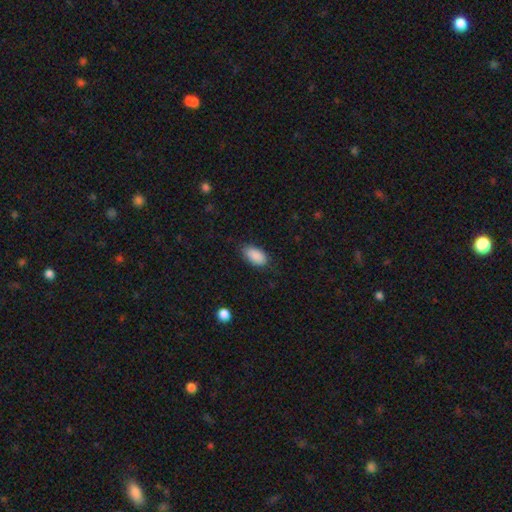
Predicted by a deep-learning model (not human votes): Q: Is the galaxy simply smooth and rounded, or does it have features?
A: smooth — 90%.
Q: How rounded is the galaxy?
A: in between — 93%.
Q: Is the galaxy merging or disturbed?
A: none — 80%.